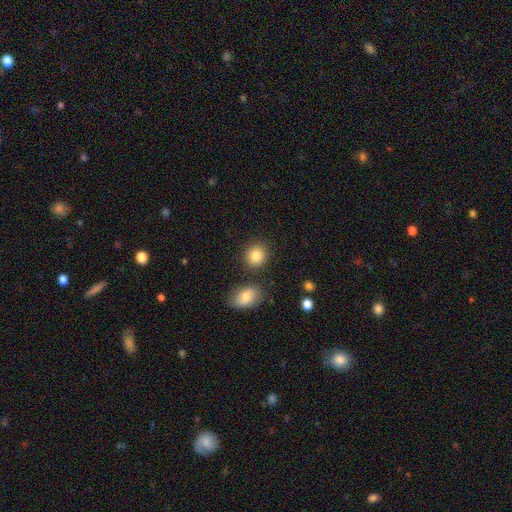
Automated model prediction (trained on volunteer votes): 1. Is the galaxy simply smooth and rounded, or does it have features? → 84% smooth, 10% star or artifact, 7% featured or disk.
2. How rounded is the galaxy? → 76% round, 23% in between, 1% cigar-shaped.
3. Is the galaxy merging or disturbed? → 83% none, 8% minor disturbance, 6% merger, 3% major disturbance.